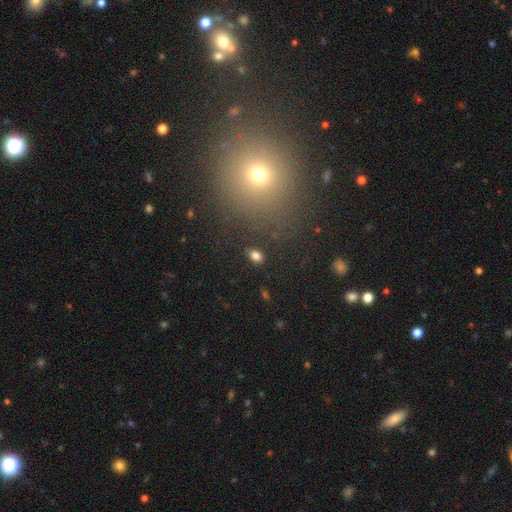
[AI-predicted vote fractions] Q: Smooth or featured?
A: smooth (81%); runner-up: star or artifact (13%)
Q: How rounded?
A: in between (81%); runner-up: round (17%)
Q: Merging?
A: none (85%); runner-up: minor disturbance (10%)